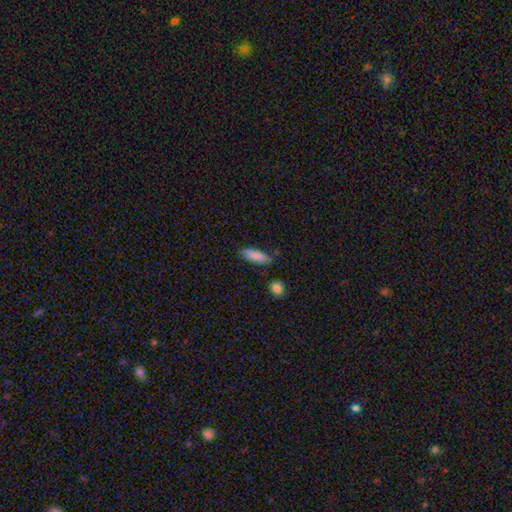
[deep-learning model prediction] Smooth or featured? smooth (84%)
How rounded? cigar-shaped (55%)
Merging? none (79%)